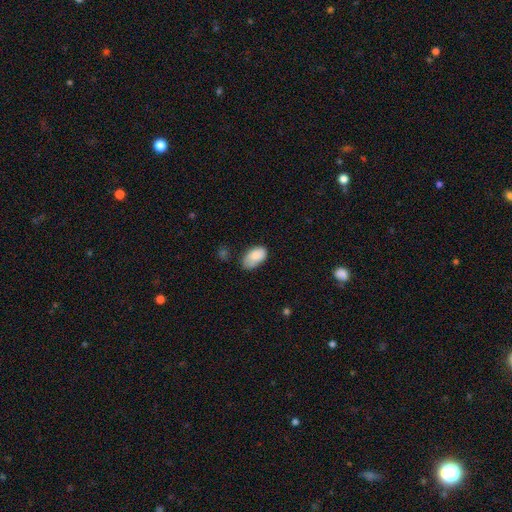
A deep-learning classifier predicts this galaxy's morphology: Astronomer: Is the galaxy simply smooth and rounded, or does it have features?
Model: smooth — 84%.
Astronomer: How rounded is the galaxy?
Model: in between — 94%.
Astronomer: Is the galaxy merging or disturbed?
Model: none — 58%.